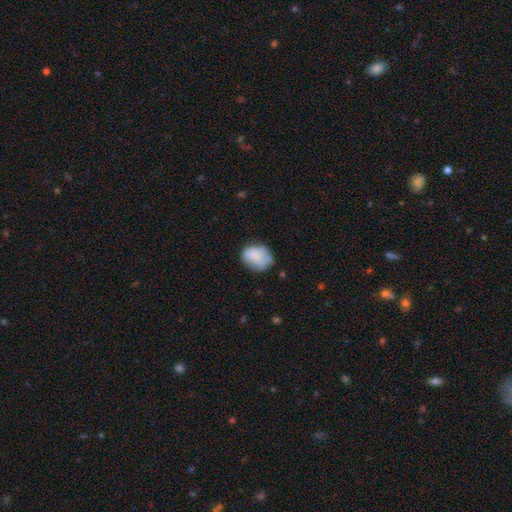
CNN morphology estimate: Q: Smooth or featured?
A: smooth (75%); runner-up: featured or disk (17%)
Q: How rounded?
A: in between (54%); runner-up: round (45%)
Q: Merging?
A: none (53%); runner-up: minor disturbance (31%)